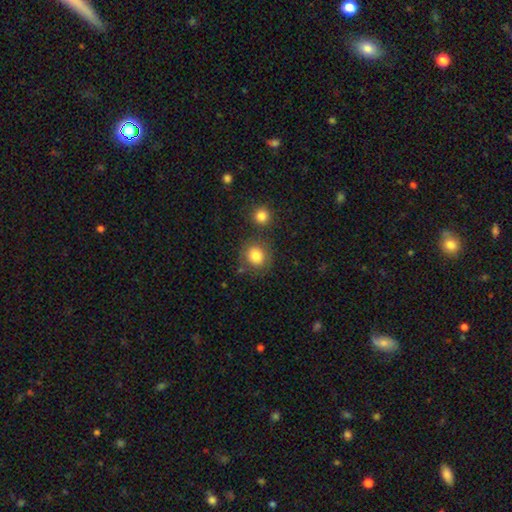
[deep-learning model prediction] Morphology: type=smooth (81%); roundness=round (79%); merging=none (73%).